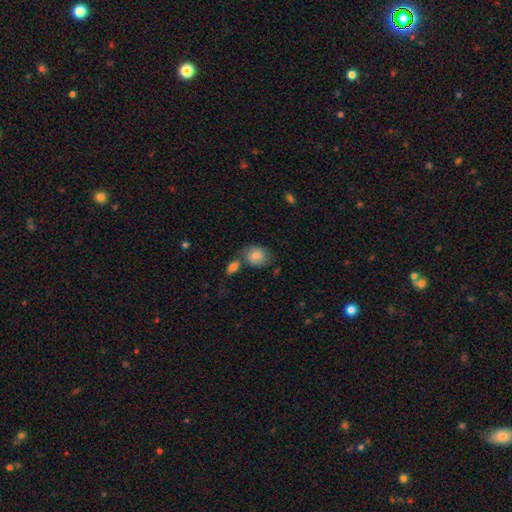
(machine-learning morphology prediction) smooth-or-featured: smooth: 76% | featured or disk: 16% | star or artifact: 8%
  how-rounded: in between: 51% | round: 48% | cigar-shaped: 1%
  merging: none: 51% | merger: 26% | minor disturbance: 16% | major disturbance: 6%